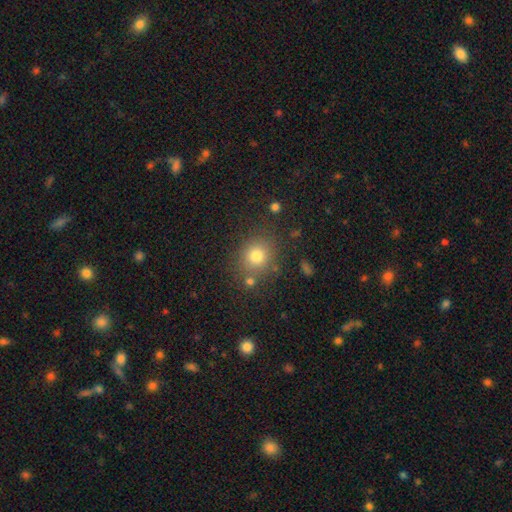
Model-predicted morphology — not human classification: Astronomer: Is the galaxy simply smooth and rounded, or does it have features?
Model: smooth — 77%.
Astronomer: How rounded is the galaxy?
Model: round — 77%.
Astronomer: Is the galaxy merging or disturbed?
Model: none — 78%.